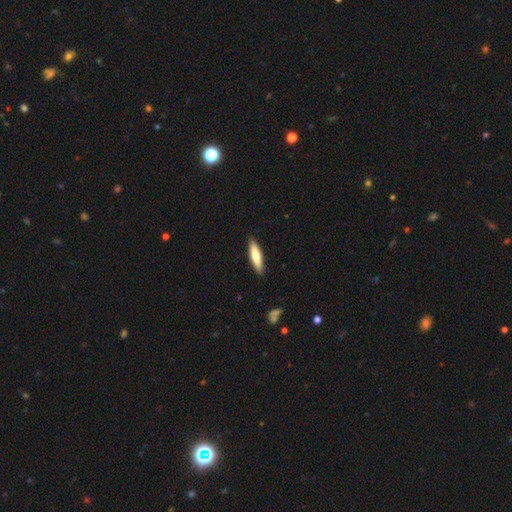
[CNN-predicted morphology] smooth 75%, featured or disk 20%, star or artifact 5%. Down the decision tree: how rounded — cigar-shaped (76%); merging — none (90%).